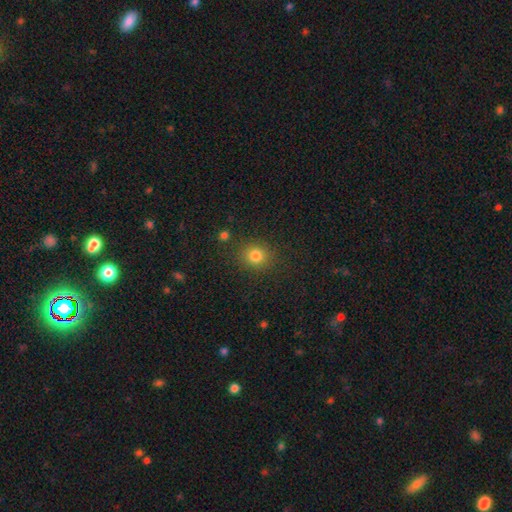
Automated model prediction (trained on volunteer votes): A smooth galaxy with no disk features (81%) that is round (84%).

Vote fractions:
- Smooth or featured? smooth: 81% / star or artifact: 13% / featured or disk: 5%
- How rounded? round: 84% / in between: 15% / cigar-shaped: 1%
- Merging? none: 86% / minor disturbance: 8% / major disturbance: 3% / merger: 3%